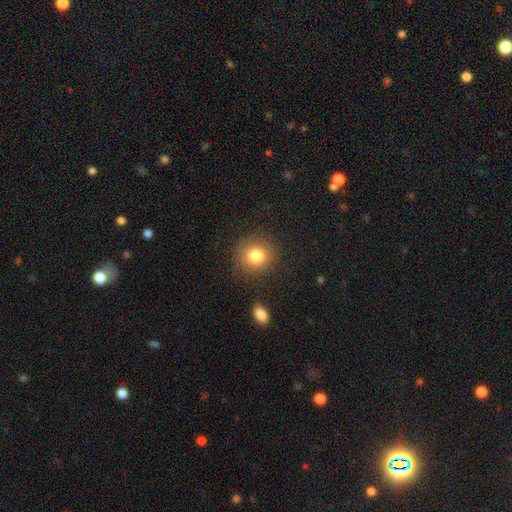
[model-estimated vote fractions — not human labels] The model was most divided on "smooth or featured": smooth: 80%, star or artifact: 11%, featured or disk: 9%. More confident: how rounded — round (86%); merging — none (86%).